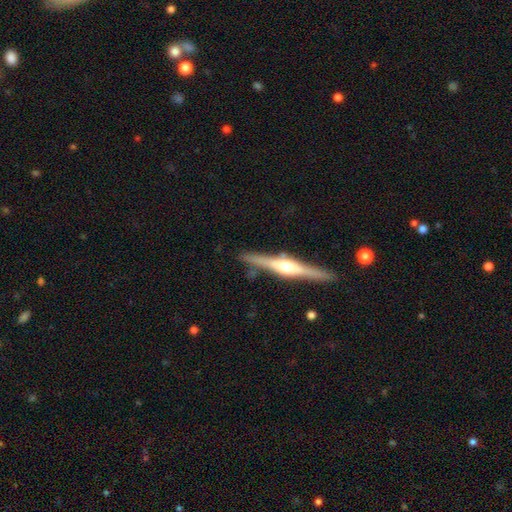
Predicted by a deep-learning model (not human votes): Q: Smooth or featured?
A: featured or disk (81%); runner-up: smooth (14%)
Q: Edge-on disk?
A: yes (98%); runner-up: no (2%)
Q: Edge-on bulge?
A: rounded (90%); runner-up: boxy (7%)
Q: Merging?
A: none (87%); runner-up: minor disturbance (9%)